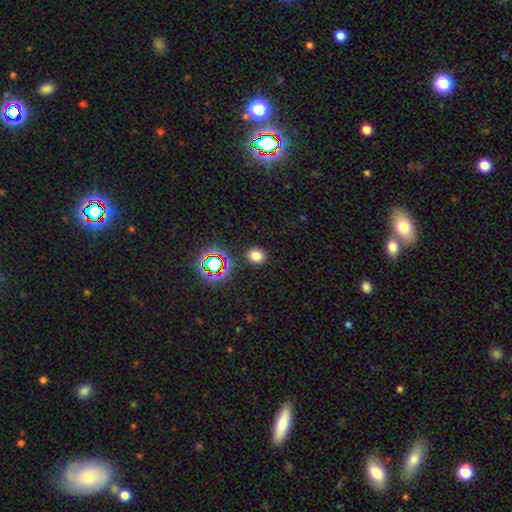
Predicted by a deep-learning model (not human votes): A smooth galaxy with no disk features (74%) that is round (64%). Merging: none (88%).